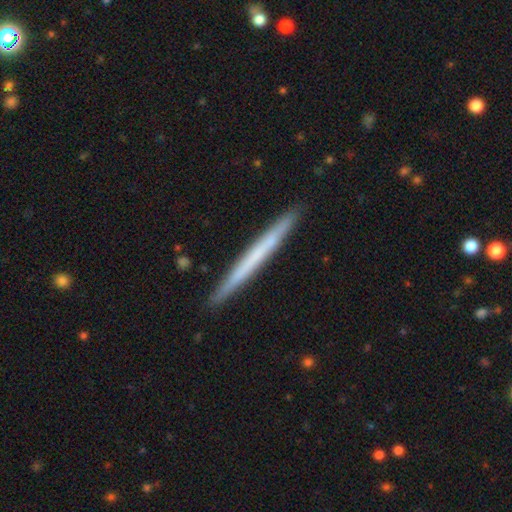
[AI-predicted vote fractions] This appears to be a smooth galaxy with no disk features (51%) that is cigar-shaped (98%). Merging: none (92%).